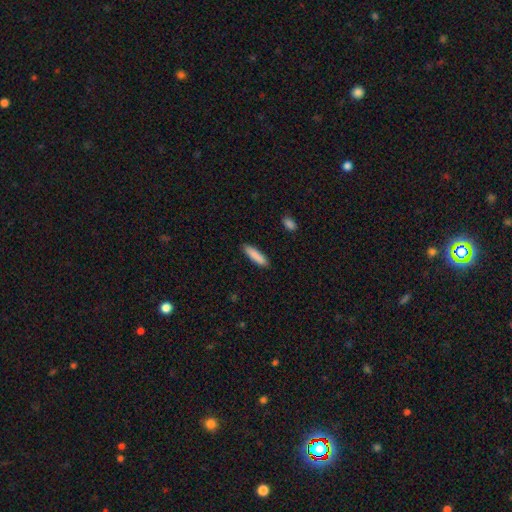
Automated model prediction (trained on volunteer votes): Smooth or featured: smooth — 87% (featured or disk — 7%)
How rounded: cigar-shaped — 75% (in between — 24%)
Merging: none — 89% (minor disturbance — 8%)